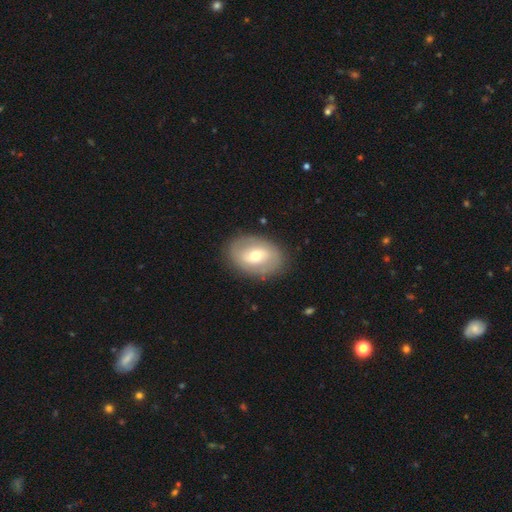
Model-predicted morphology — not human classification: This appears to be a featured or disk galaxy (47%). Merging: none (85%).